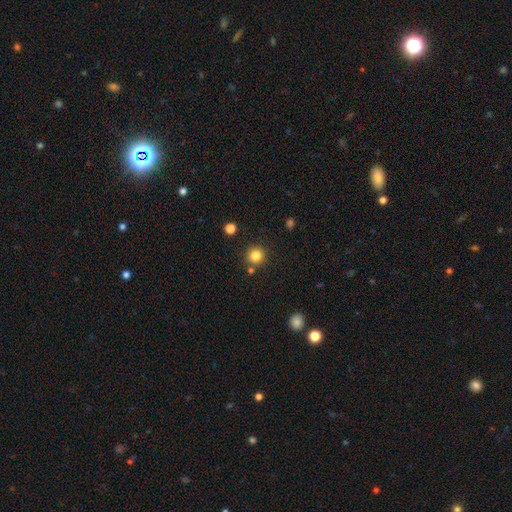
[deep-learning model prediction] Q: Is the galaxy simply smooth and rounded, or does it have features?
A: smooth — 82%.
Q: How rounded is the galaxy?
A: round — 94%.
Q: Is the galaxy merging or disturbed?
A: none — 85%.